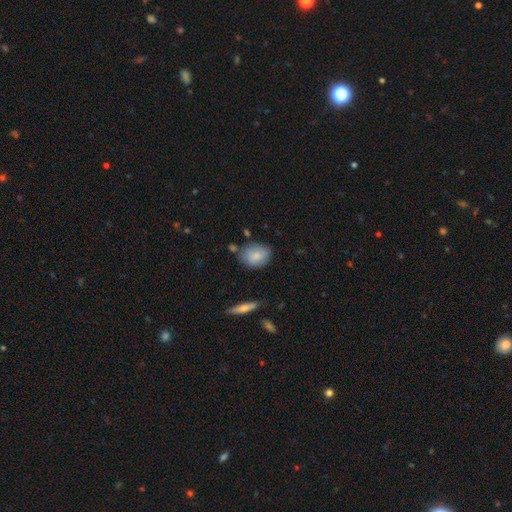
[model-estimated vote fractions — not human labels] A smooth galaxy with no disk features (82%) that is in between round and cigar-shaped (60%). Merging: none (71%).